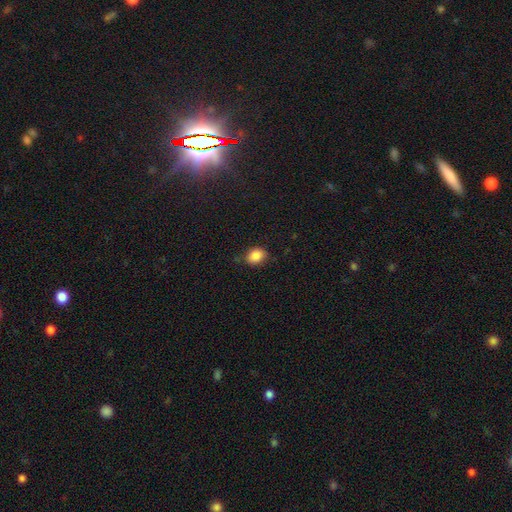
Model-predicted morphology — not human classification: smooth 86%, star or artifact 9%, featured or disk 5%. Down the decision tree: how rounded — in between (52%); merging — none (77%).